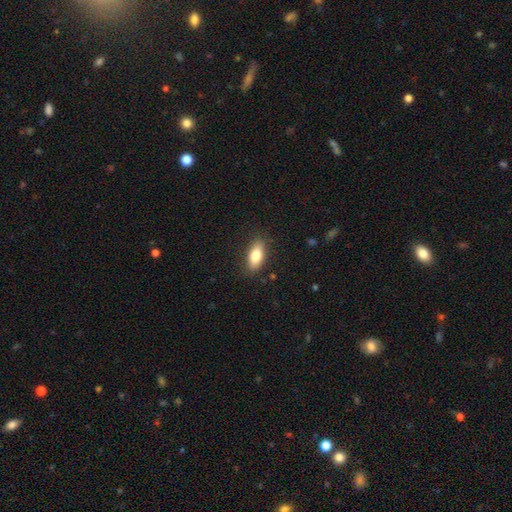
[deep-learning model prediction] The model was most divided on "smooth or featured": smooth: 80%, featured or disk: 13%, star or artifact: 7%. More confident: merging — none (86%); how rounded — in between (83%).